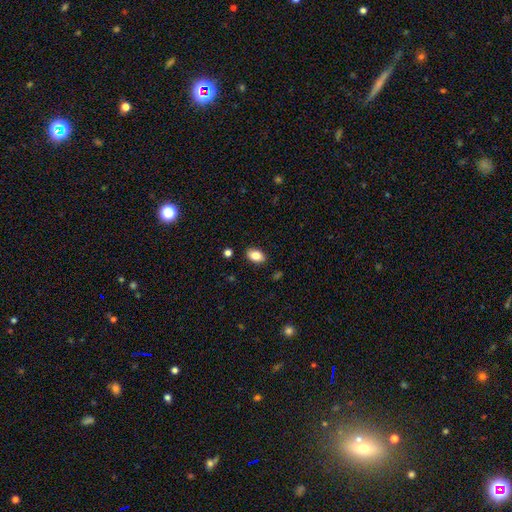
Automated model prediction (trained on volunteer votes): Smooth or featured?
  - smooth: 85% *
  - star or artifact: 8%
  - featured or disk: 7%
How rounded?
  - in between: 90% *
  - round: 8%
  - cigar-shaped: 2%
Merging?
  - none: 87% *
  - minor disturbance: 9%
  - major disturbance: 2%
  - merger: 1%